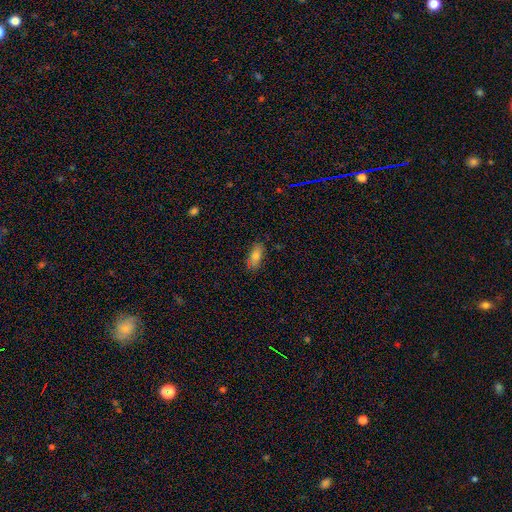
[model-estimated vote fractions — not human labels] Smooth or featured? Predicted: smooth (p=0.75). How rounded? Predicted: in between (p=0.83). Merging? Predicted: none (p=0.79).